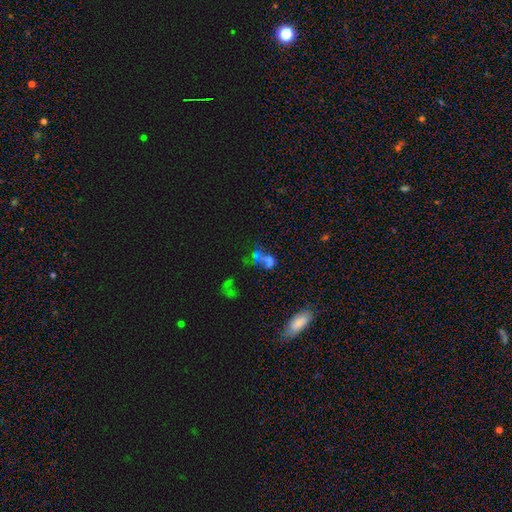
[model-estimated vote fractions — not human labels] smooth_or_featured: smooth (p=0.45) [alt: star or artifact p=0.37]
merging: none (p=0.67) [alt: merger p=0.14]